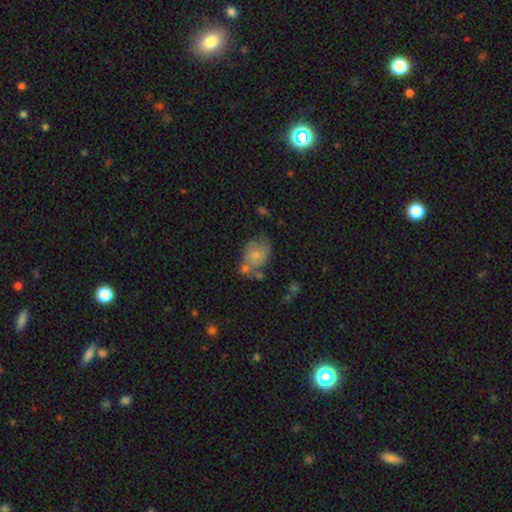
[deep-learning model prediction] smooth 53%, featured or disk 38%, star or artifact 9%. Down the decision tree: how rounded — in between (67%); merging — none (37%).